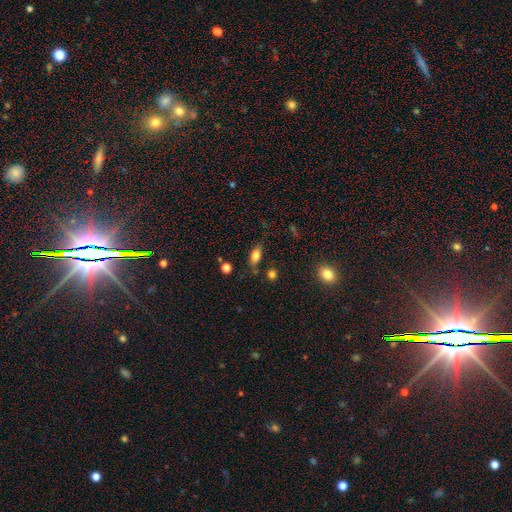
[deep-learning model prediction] Smooth or featured? Predicted: smooth (p=0.79). How rounded? Predicted: in between (p=0.84). Merging? Predicted: none (p=0.71).